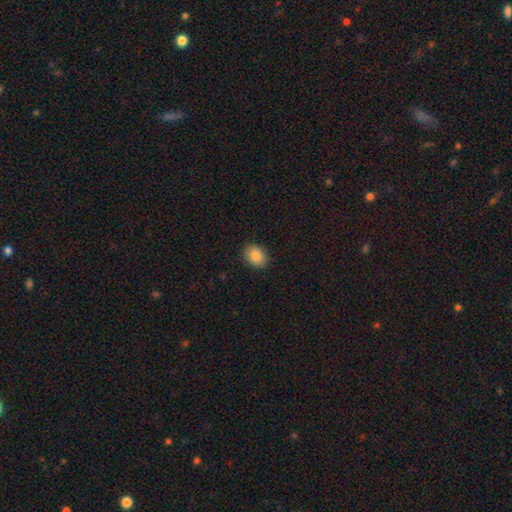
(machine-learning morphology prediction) type=smooth (87%); roundness=in between (68%); merging=none (90%).